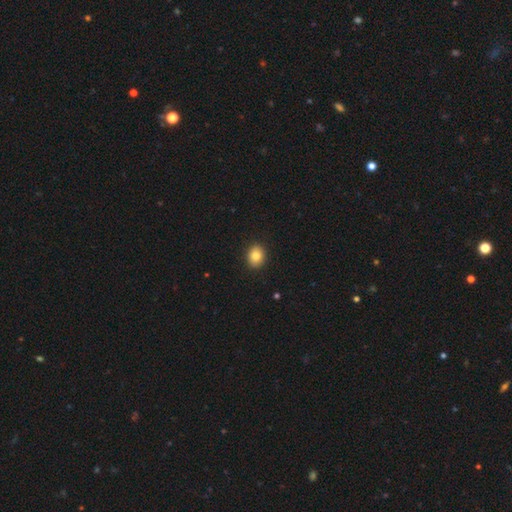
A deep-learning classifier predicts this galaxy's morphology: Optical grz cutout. It shows a smooth galaxy with no disk features (84%) that is in between round and cigar-shaped (54%). Merging: none (91%).